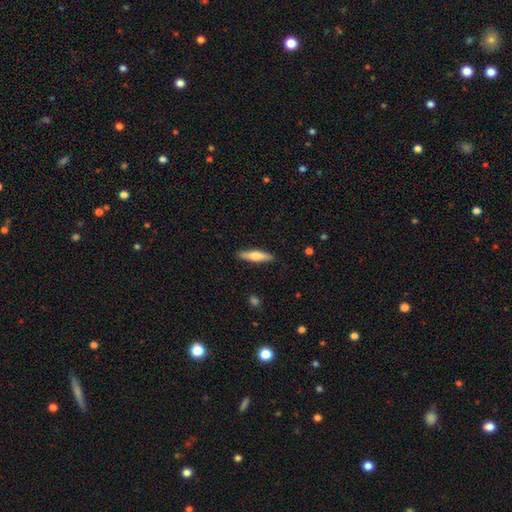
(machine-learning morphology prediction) Smooth or featured? smooth (58%)
How rounded? cigar-shaped (79%)
Merging? none (89%)